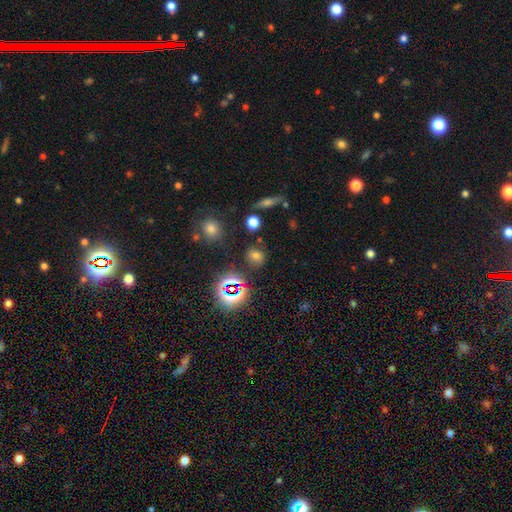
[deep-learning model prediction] Smooth or featured? Predicted: smooth (p=0.58). How rounded? Predicted: round (p=0.65). Merging? Predicted: none (p=0.80).